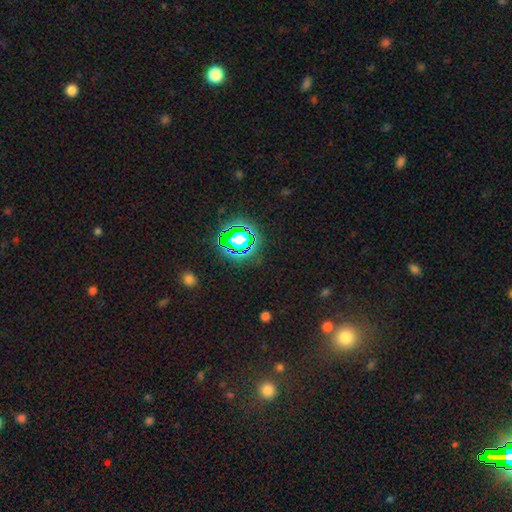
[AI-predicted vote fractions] Smooth or featured? star or artifact (75%)